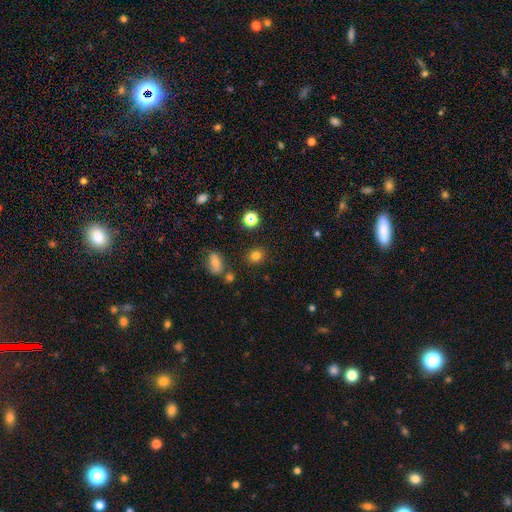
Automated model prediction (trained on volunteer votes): Smooth or featured? Predicted: smooth (p=0.77). How rounded? Predicted: round (p=0.74). Merging? Predicted: none (p=0.83).